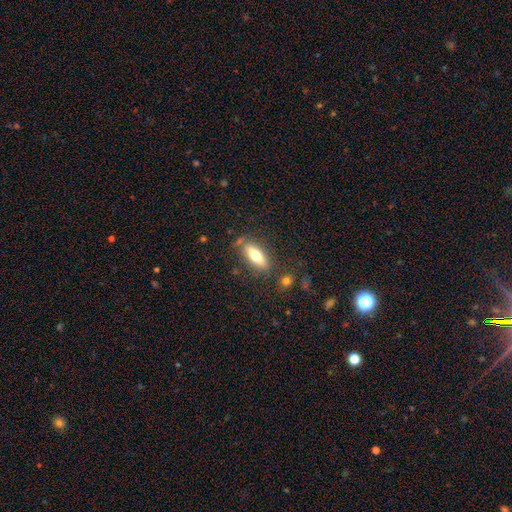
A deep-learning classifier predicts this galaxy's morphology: A smooth galaxy with no disk features (65%) that is in between round and cigar-shaped (62%).

Vote fractions:
- Smooth or featured? smooth: 65% / featured or disk: 28% / star or artifact: 7%
- How rounded? in between: 62% / cigar-shaped: 36% / round: 3%
- Merging? none: 78% / minor disturbance: 14% / major disturbance: 4% / merger: 4%